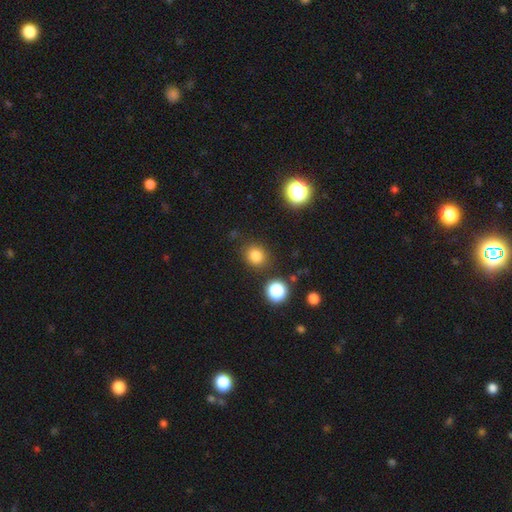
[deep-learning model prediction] Smooth or featured?
  - smooth: 80% *
  - star or artifact: 15%
  - featured or disk: 5%
How rounded?
  - round: 77% *
  - in between: 22%
  - cigar-shaped: 1%
Merging?
  - none: 83% *
  - minor disturbance: 10%
  - merger: 4%
  - major disturbance: 3%